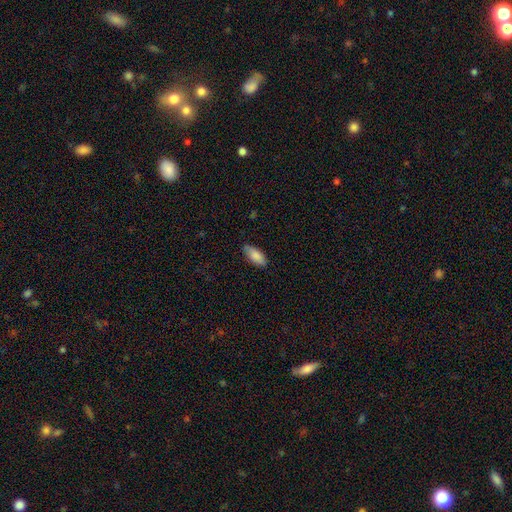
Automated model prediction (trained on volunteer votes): A smooth galaxy with no disk features (86%) that is in between round and cigar-shaped (84%).

Vote fractions:
- Smooth or featured? smooth: 86% / featured or disk: 8% / star or artifact: 6%
- How rounded? in between: 84% / cigar-shaped: 14% / round: 2%
- Merging? none: 82% / minor disturbance: 15% / major disturbance: 2% / merger: 1%